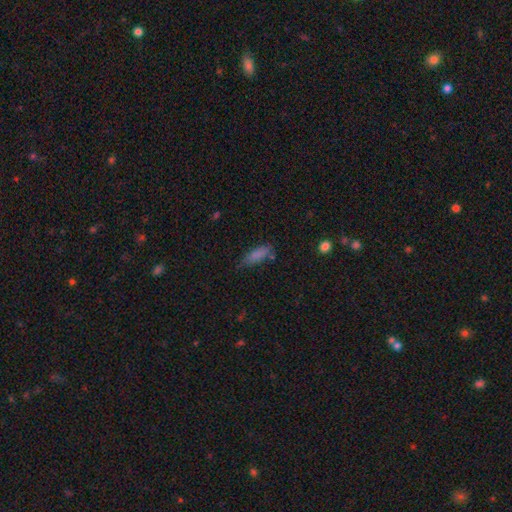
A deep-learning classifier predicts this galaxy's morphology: The model was most divided on "how rounded": in between: 51%, cigar-shaped: 46%, round: 2%. More confident: smooth or featured — smooth (80%); merging — none (67%).